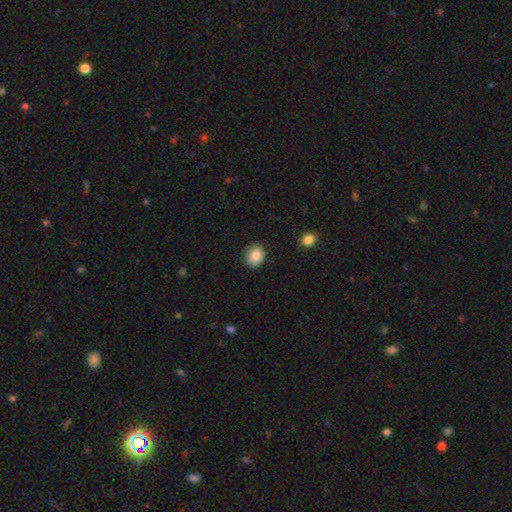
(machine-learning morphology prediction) This is clearly a smooth galaxy (88%). How rounded: possibly round (56%). Merging: clearly none (86%).